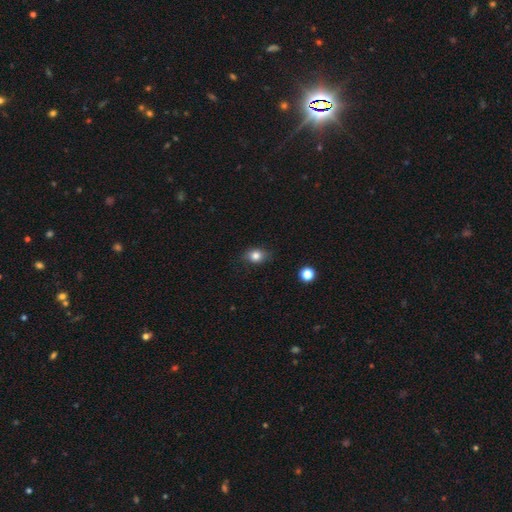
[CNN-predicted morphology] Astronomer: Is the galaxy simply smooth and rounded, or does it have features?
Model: smooth — 82%.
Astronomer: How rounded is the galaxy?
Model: in between — 55% (runner-up: round, 43%).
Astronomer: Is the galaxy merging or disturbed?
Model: none — 80%.